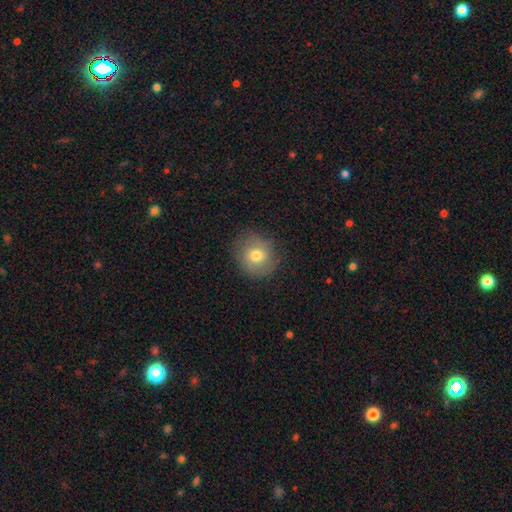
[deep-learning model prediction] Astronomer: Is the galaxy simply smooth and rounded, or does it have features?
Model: smooth — 71%.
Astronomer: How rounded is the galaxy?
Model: round — 82%.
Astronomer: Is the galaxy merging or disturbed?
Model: none — 83%.